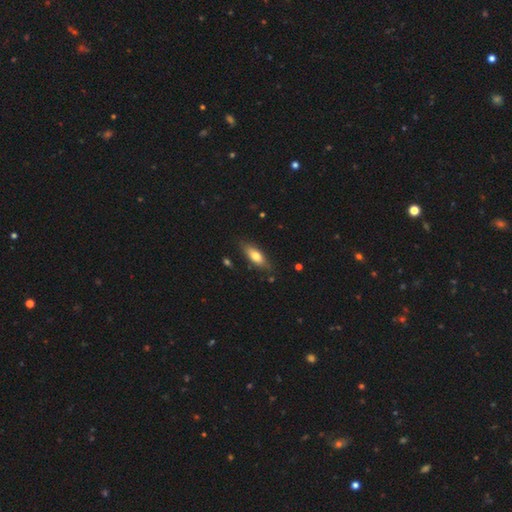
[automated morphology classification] A smooth galaxy with no disk features (72%) that is in between round and cigar-shaped (70%). Merging: none (80%).